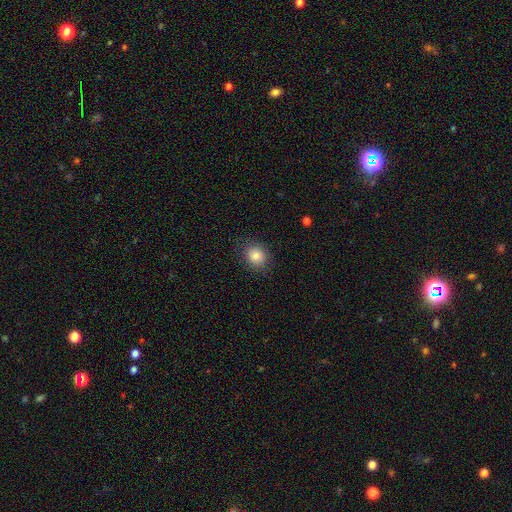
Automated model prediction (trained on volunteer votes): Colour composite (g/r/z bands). It shows a smooth galaxy with no disk features (83%) that is round (74%). Merging: none (86%).